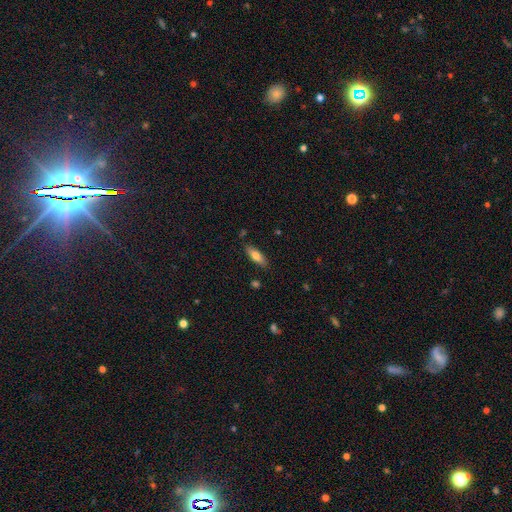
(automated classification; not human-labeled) smooth 73%, featured or disk 21%, star or artifact 7%. Down the decision tree: how rounded — in between (56%); merging — none (84%).